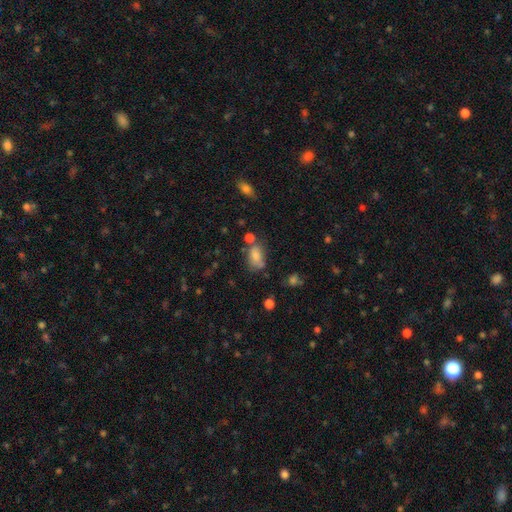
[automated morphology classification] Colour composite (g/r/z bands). It shows a smooth galaxy with no disk features (78%) that is in between round and cigar-shaped (87%). Merging: none (46%).